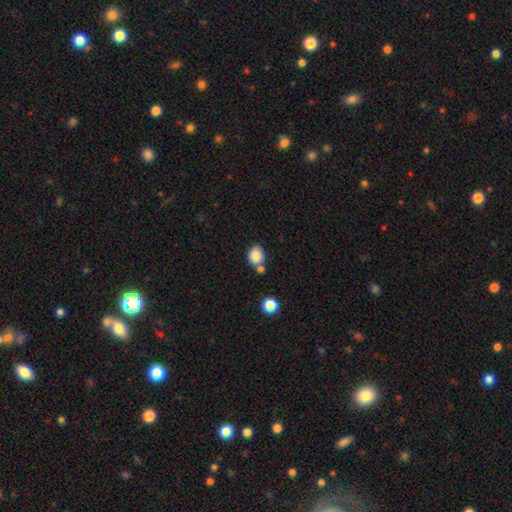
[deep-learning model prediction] Smooth or featured? smooth (85%)
How rounded? round (72%)
Merging? none (64%)